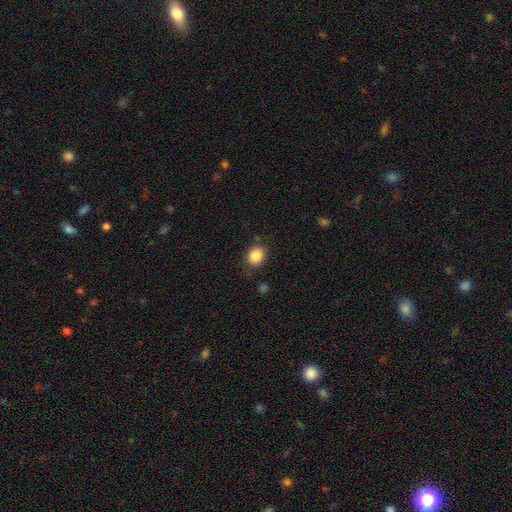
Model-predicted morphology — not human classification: smooth 86%, star or artifact 9%, featured or disk 5%. Down the decision tree: how rounded — round (52%); merging — none (80%).